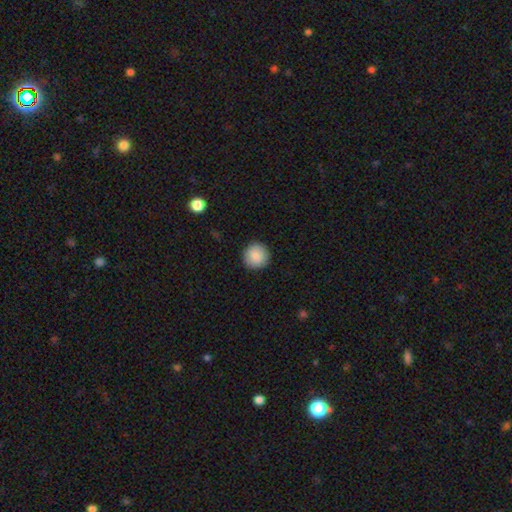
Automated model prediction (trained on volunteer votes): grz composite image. It shows a smooth galaxy with no disk features (88%) that is round (94%). Merging: none (91%).